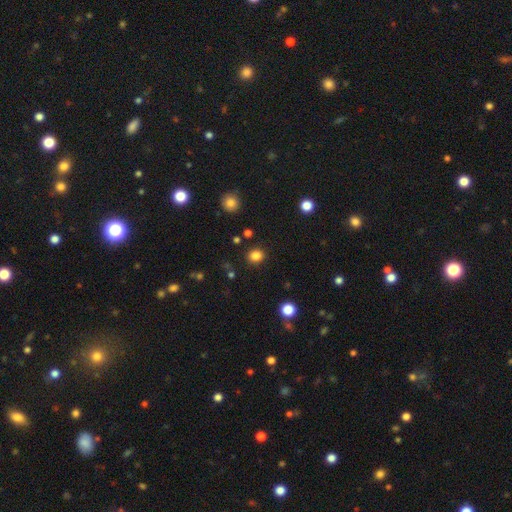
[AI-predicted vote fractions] A smooth galaxy with no disk features (84%) that is round (73%).

Vote fractions:
- Smooth or featured? smooth: 84% / star or artifact: 12% / featured or disk: 4%
- How rounded? round: 73% / in between: 26% / cigar-shaped: 1%
- Merging? none: 88% / minor disturbance: 7% / major disturbance: 3% / merger: 2%